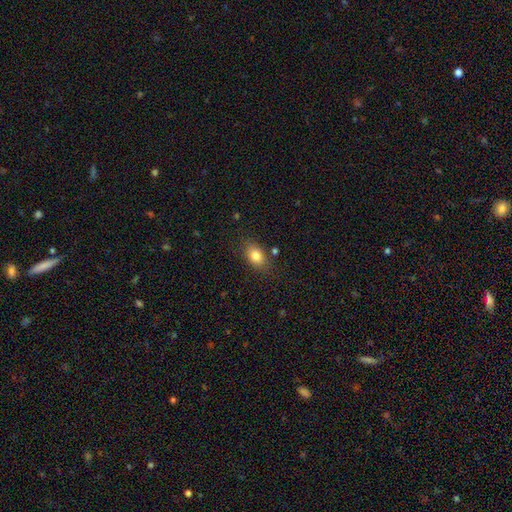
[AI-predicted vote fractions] Overall: smooth (83%). How rounded: in between (82%). Merging: none (80%).